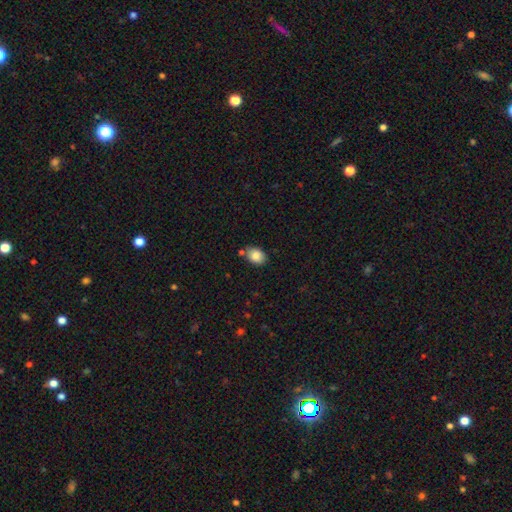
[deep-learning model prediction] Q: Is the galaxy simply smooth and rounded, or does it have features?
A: smooth — 86%.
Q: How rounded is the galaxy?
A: in between — 73%.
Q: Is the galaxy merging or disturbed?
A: none — 75%.